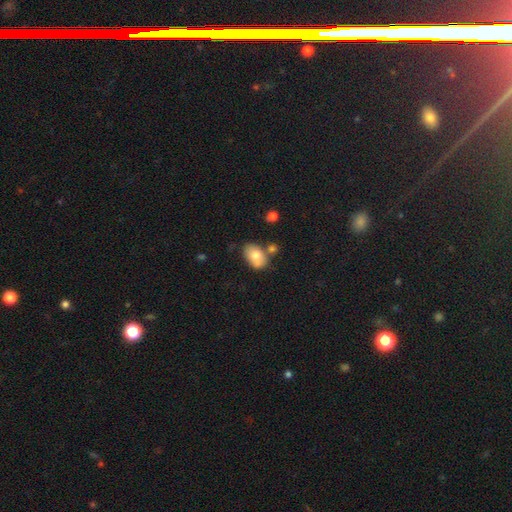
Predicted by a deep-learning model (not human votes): Morphology: type=smooth (75%); roundness=in between (84%); merging=none (55%).